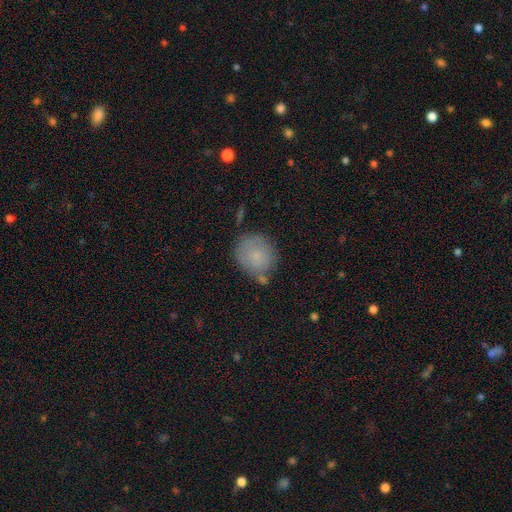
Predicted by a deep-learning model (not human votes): Q: Smooth or featured?
A: smooth (75%); runner-up: featured or disk (16%)
Q: How rounded?
A: round (83%); runner-up: in between (16%)
Q: Merging?
A: none (65%); runner-up: minor disturbance (21%)